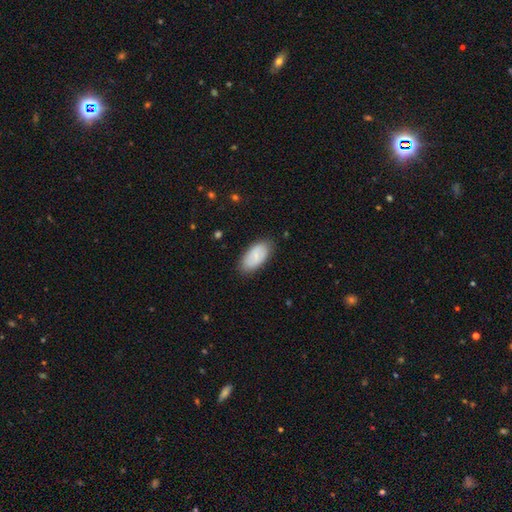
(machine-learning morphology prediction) Q: Smooth or featured?
A: smooth (68%); runner-up: featured or disk (25%)
Q: How rounded?
A: in between (94%); runner-up: cigar-shaped (3%)
Q: Merging?
A: none (82%); runner-up: minor disturbance (14%)